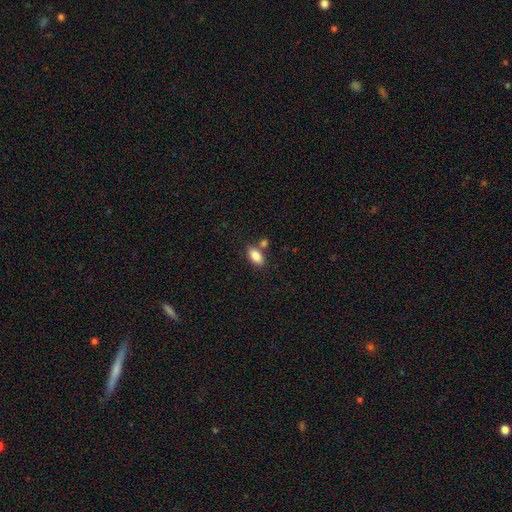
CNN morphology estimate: Smooth or featured: smooth — 86% (star or artifact — 8%)
How rounded: in between — 90% (cigar-shaped — 5%)
Merging: none — 69% (merger — 16%)